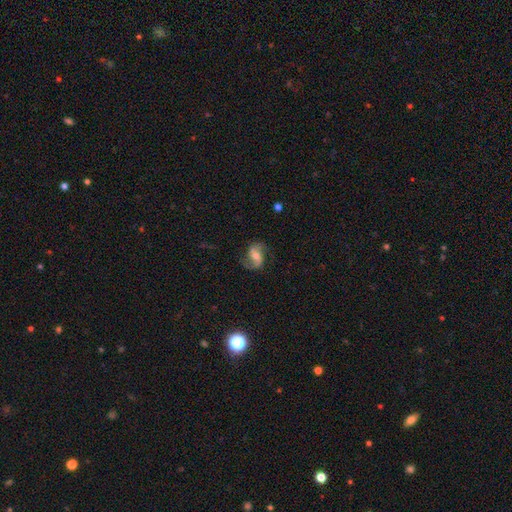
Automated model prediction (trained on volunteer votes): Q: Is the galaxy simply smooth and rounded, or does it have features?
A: featured or disk — 81%.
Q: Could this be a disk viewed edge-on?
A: no — 97%.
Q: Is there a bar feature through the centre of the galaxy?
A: weak — 44%.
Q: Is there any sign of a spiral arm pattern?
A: yes — 96%.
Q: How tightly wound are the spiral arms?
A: loose — 53%.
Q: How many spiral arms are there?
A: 2 — 91%.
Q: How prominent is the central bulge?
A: moderate — 52%.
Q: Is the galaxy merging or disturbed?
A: none — 76%.